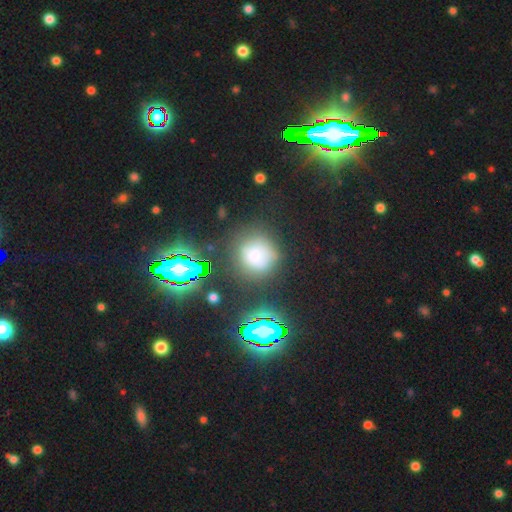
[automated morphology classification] Q: Smooth or featured?
A: smooth (64%); runner-up: star or artifact (25%)
Q: How rounded?
A: round (87%); runner-up: in between (12%)
Q: Merging?
A: none (71%); runner-up: minor disturbance (16%)